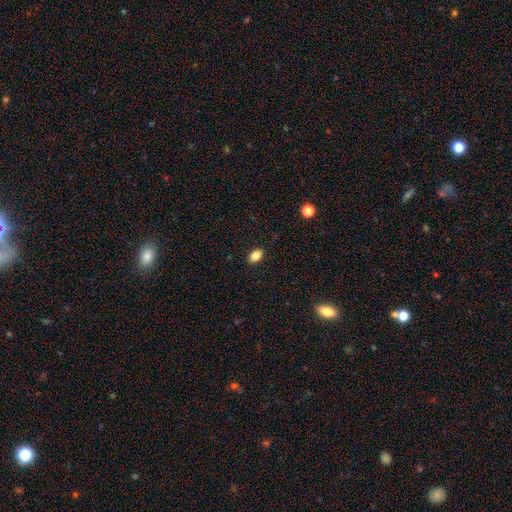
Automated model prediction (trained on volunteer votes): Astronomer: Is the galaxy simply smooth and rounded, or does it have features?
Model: smooth — 84%.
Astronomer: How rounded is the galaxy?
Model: in between — 86%.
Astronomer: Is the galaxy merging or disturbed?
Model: none — 89%.